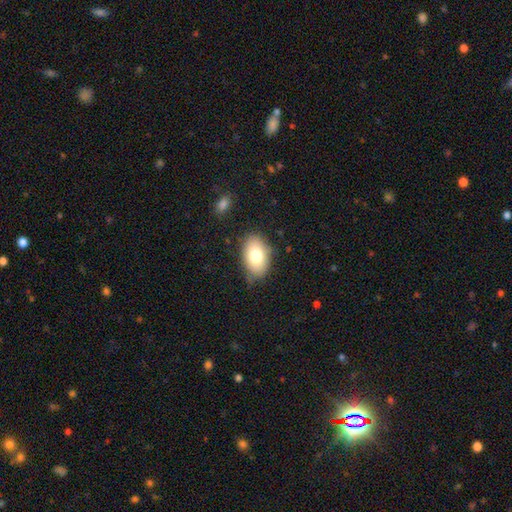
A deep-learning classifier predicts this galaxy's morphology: A smooth galaxy with no disk features (77%) that is in between round and cigar-shaped (89%). Merging: none (77%).